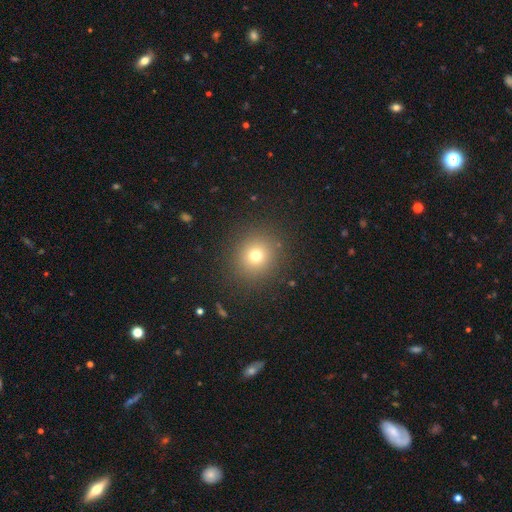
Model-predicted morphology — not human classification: Smooth or featured?
  - smooth: 72% *
  - star or artifact: 17%
  - featured or disk: 10%
How rounded?
  - round: 89% *
  - in between: 10%
  - cigar-shaped: 1%
Merging?
  - none: 88% *
  - minor disturbance: 7%
  - major disturbance: 4%
  - merger: 1%